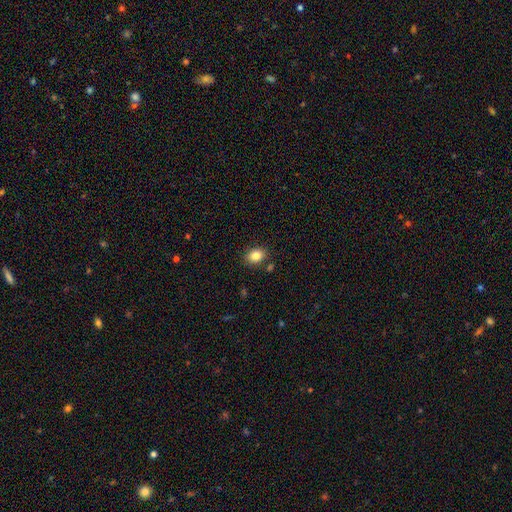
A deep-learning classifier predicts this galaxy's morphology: Smooth or featured? smooth (84%)
How rounded? in between (61%)
Merging? none (84%)